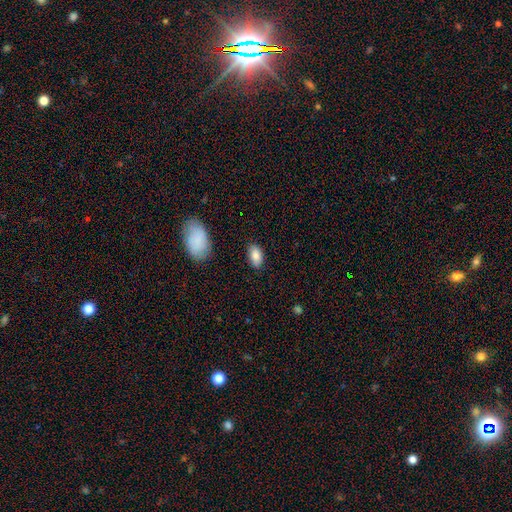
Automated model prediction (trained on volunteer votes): This appears to be a smooth galaxy with no disk features (86%) that is in between round and cigar-shaped (92%). Merging: none (85%).